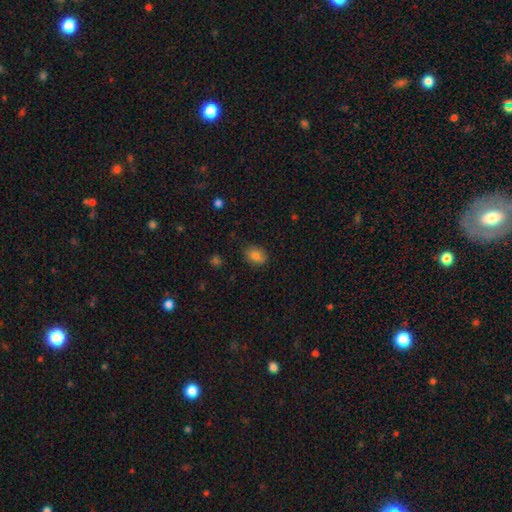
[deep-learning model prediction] This appears to be a smooth galaxy with no disk features (82%) that is in between round and cigar-shaped (68%). Merging: none (83%).